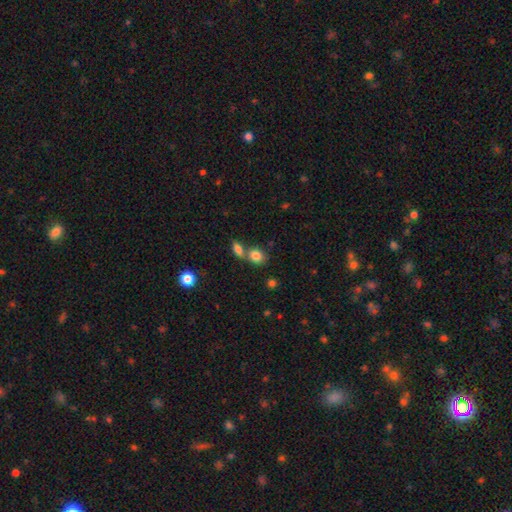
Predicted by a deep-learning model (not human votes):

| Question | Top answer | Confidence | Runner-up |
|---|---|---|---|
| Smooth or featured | smooth | 82% | star or artifact (10%) |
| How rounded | round | 54% | in between (44%) |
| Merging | none | 48% | merger (40%) |